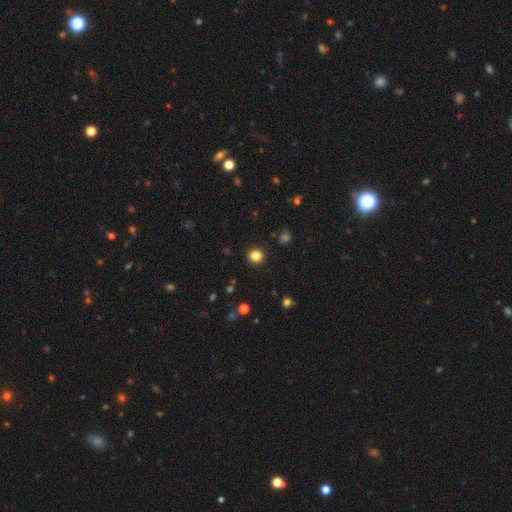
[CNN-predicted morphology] This is clearly a smooth galaxy (84%). How rounded: clearly round (90%). Merging: clearly none (92%).